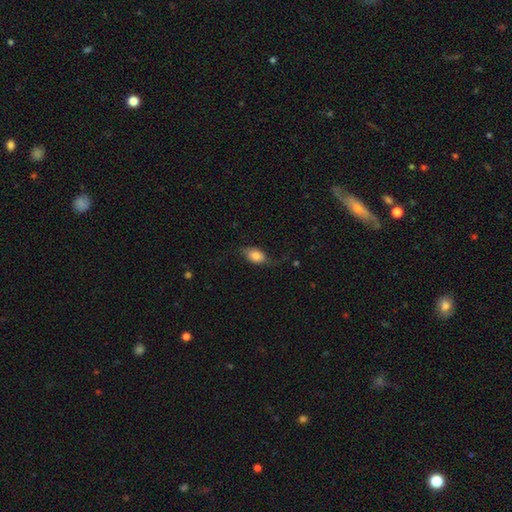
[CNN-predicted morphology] type=smooth (66%); roundness=in between (85%); merging=none (51%).